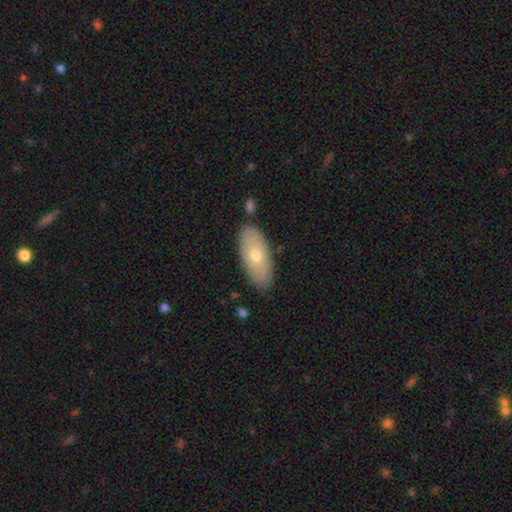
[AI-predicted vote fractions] Smooth or featured: smooth — 63% (featured or disk — 31%)
How rounded: in between — 90% (cigar-shaped — 7%)
Merging: none — 83% (minor disturbance — 12%)